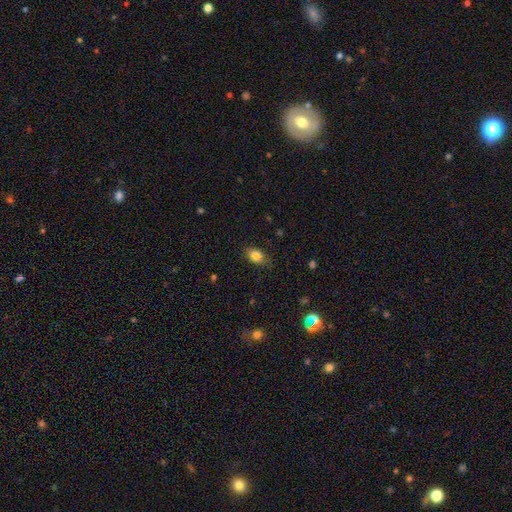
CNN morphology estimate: Smooth or featured: smooth — 70% (star or artifact — 17%)
How rounded: in between — 76% (round — 21%)
Merging: none — 66% (minor disturbance — 17%)